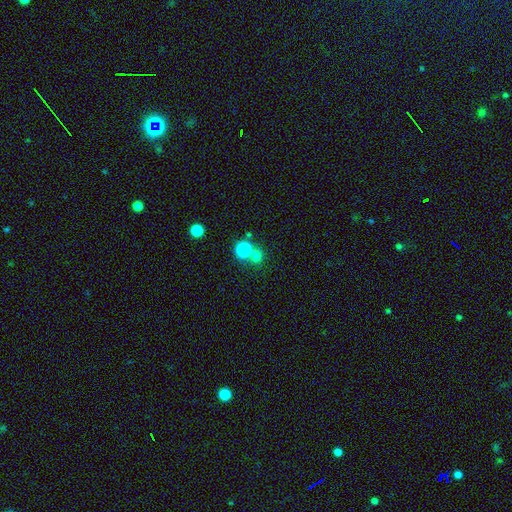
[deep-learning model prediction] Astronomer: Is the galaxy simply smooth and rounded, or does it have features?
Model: smooth — 70%.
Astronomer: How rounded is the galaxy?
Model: round — 84%.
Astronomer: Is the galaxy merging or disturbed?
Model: none — 59%.